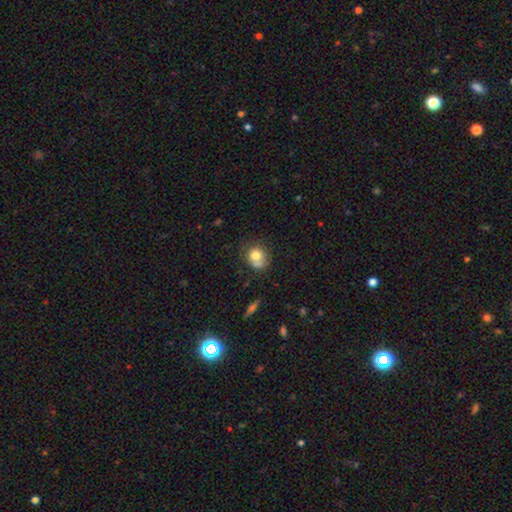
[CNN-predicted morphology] A smooth galaxy with no disk features (73%) that is round (68%).

Vote fractions:
- Smooth or featured? smooth: 73% / featured or disk: 18% / star or artifact: 9%
- How rounded? round: 68% / in between: 31% / cigar-shaped: 1%
- Merging? none: 45% / minor disturbance: 24% / merger: 19% / major disturbance: 12%